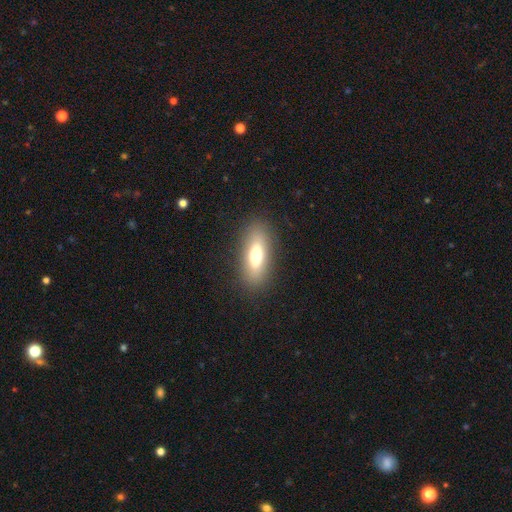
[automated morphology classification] Smooth or featured? smooth (65%)
How rounded? in between (66%)
Merging? none (87%)